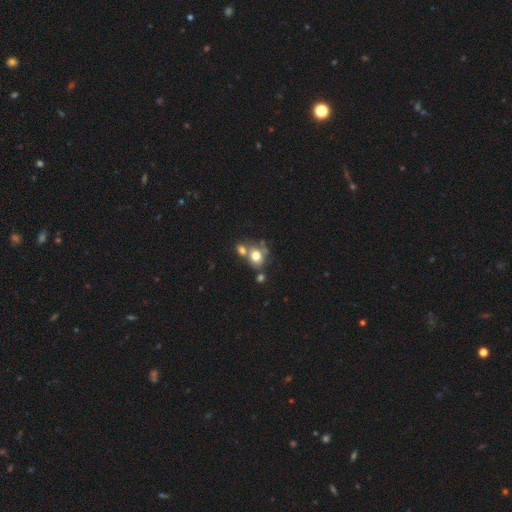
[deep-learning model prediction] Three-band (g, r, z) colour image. It shows a smooth galaxy with no disk features (73%) that is round (59%). Merging: merger (44%).